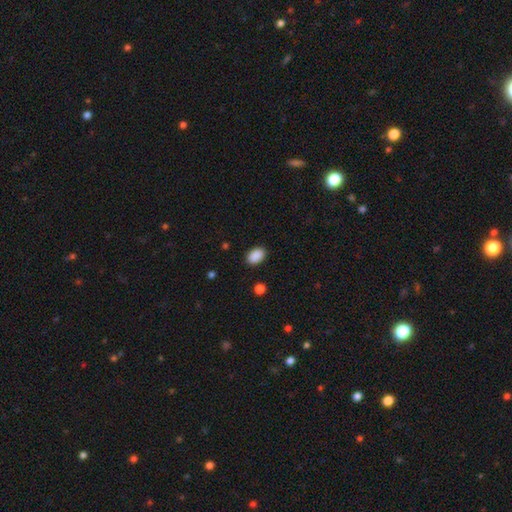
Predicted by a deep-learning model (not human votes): This appears to be a smooth galaxy with no disk features (90%) that is in between round and cigar-shaped (87%). Merging: none (89%).